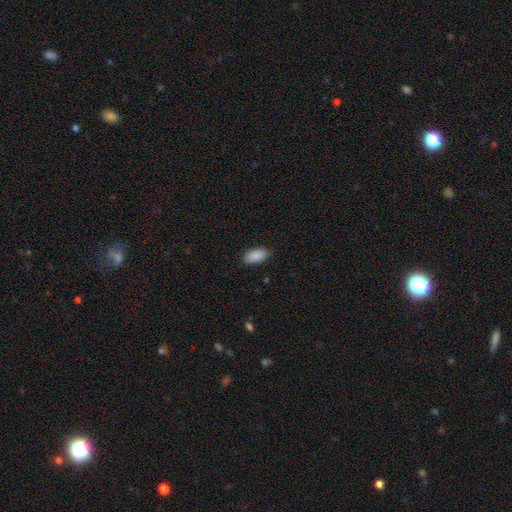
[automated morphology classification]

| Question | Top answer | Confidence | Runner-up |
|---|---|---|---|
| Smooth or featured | smooth | 88% | star or artifact (6%) |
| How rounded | in between | 92% | cigar-shaped (6%) |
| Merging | none | 88% | minor disturbance (9%) |